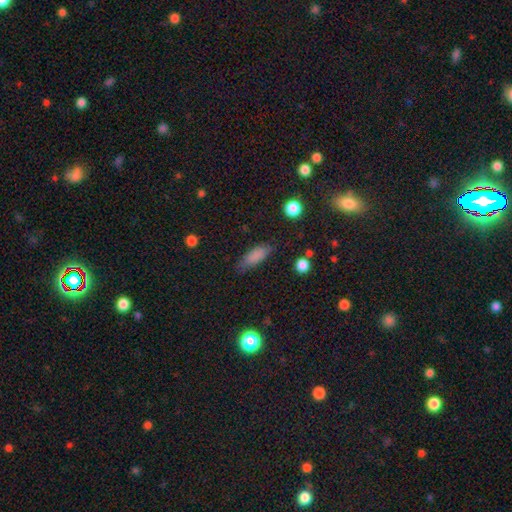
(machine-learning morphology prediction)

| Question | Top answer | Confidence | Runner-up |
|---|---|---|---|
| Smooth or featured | smooth | 83% | star or artifact (9%) |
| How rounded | in between | 71% | cigar-shaped (26%) |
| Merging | none | 72% | minor disturbance (21%) |